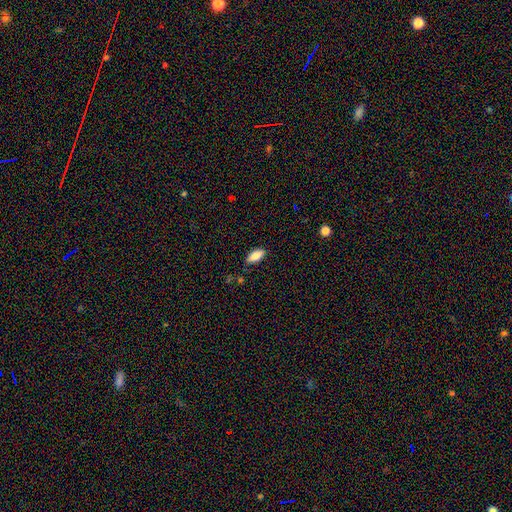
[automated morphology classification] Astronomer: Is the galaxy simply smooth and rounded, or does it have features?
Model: smooth — 82%.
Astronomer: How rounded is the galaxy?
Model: in between — 83%.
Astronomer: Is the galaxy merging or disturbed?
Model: none — 85%.